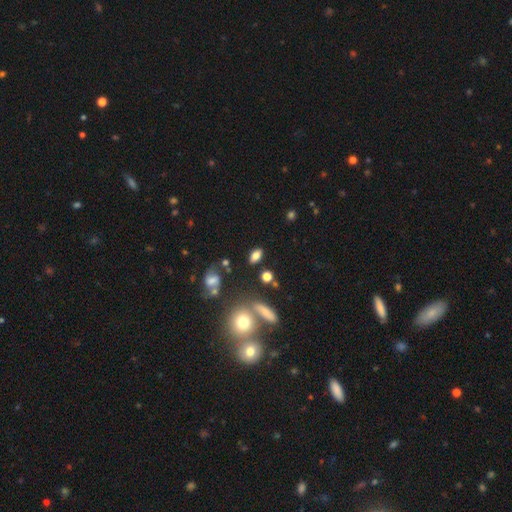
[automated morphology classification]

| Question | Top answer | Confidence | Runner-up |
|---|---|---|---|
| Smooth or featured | smooth | 77% | star or artifact (11%) |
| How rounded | in between | 83% | round (9%) |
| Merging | none | 77% | minor disturbance (12%) |